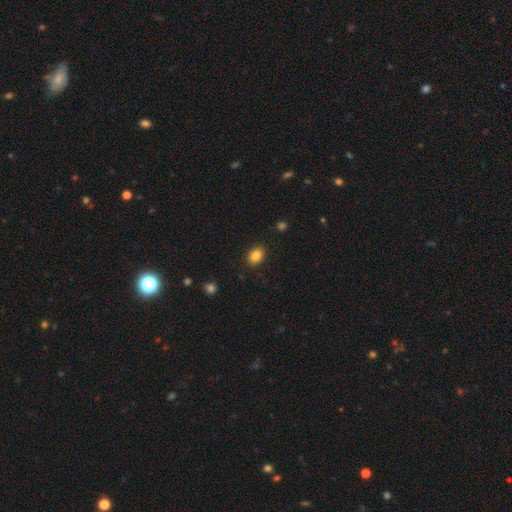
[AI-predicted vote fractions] A smooth galaxy with no disk features (85%) that is in between round and cigar-shaped (71%).

Vote fractions:
- Smooth or featured? smooth: 85% / star or artifact: 10% / featured or disk: 5%
- How rounded? in between: 71% / round: 28% / cigar-shaped: 1%
- Merging? none: 88% / minor disturbance: 9% / major disturbance: 2% / merger: 1%